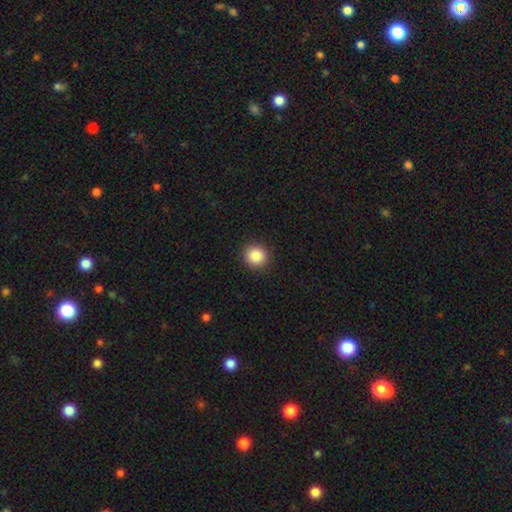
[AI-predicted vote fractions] smooth_or_featured: smooth (p=0.88) [alt: star or artifact p=0.09]
how_rounded: round (p=0.91) [alt: in between p=0.08]
merging: none (p=0.91) [alt: minor disturbance p=0.06]